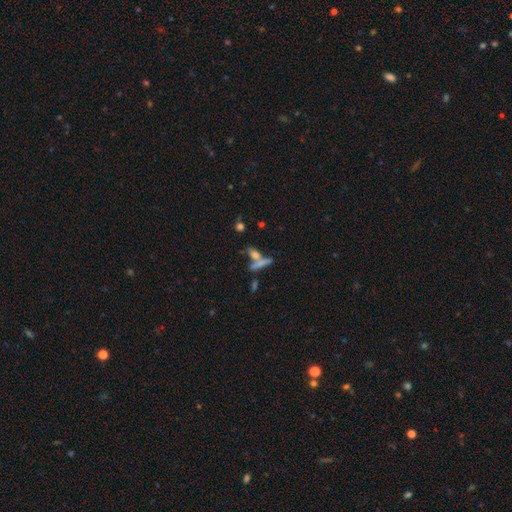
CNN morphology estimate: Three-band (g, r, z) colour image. It shows a smooth galaxy with no disk features (57%) that is cigar-shaped (58%). Merging: none (49%).